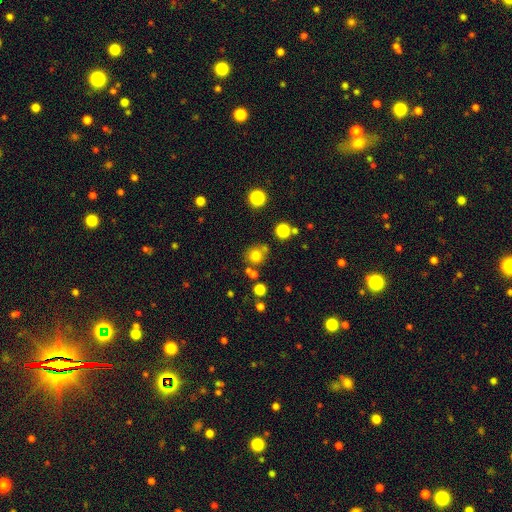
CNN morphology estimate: smooth_or_featured: smooth (p=0.75) [alt: star or artifact p=0.16]
how_rounded: round (p=0.88) [alt: in between p=0.11]
merging: none (p=0.69) [alt: merger p=0.16]